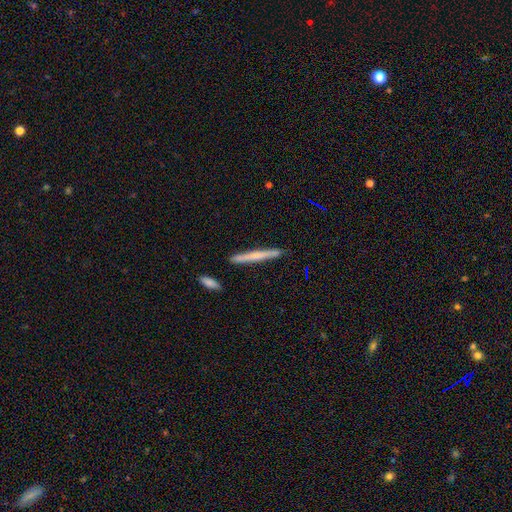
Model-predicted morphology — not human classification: smooth 55%, featured or disk 39%, star or artifact 6%. Down the decision tree: how rounded — cigar-shaped (97%); merging — none (88%).